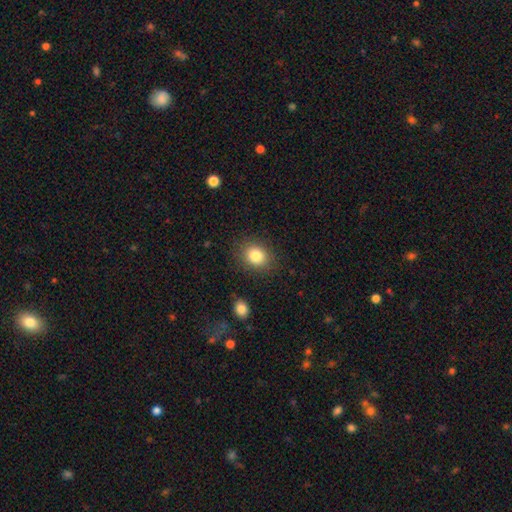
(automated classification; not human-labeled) Overall: smooth (82%). How rounded: round (53%; in between 46%). Merging: none (85%).